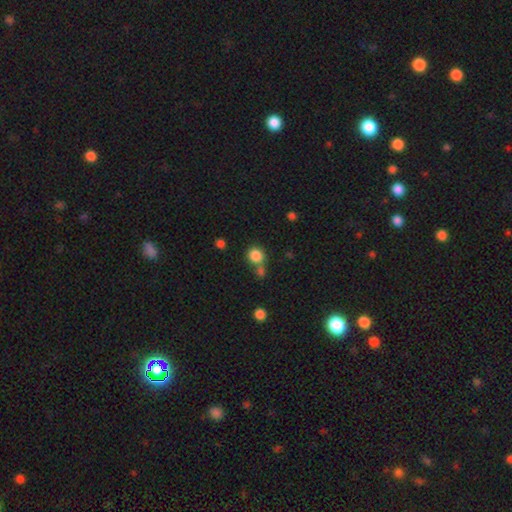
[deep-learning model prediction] smooth_or_featured: smooth (p=0.84) [alt: star or artifact p=0.11]
how_rounded: round (p=0.86) [alt: in between p=0.13]
merging: none (p=0.60) [alt: merger p=0.27]